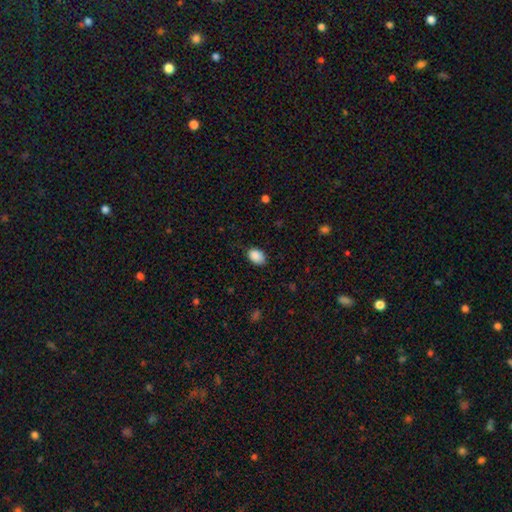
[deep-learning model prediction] Q: Smooth or featured?
A: smooth (88%); runner-up: star or artifact (8%)
Q: How rounded?
A: in between (80%); runner-up: round (19%)
Q: Merging?
A: none (73%); runner-up: minor disturbance (22%)